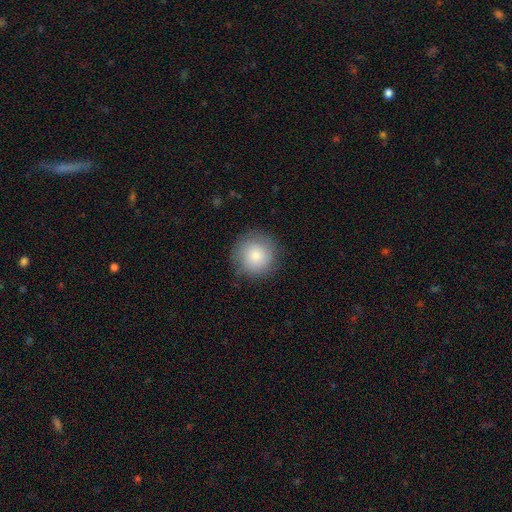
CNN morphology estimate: smooth-or-featured: smooth: 83% | featured or disk: 9% | star or artifact: 8%
  how-rounded: round: 94% | in between: 5% | cigar-shaped: 1%
  merging: none: 84% | minor disturbance: 11% | major disturbance: 4% | merger: 1%